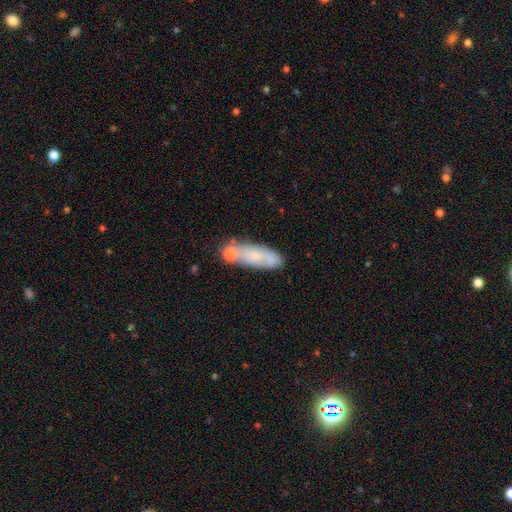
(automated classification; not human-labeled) The model was most divided on "how rounded": in between: 56%, cigar-shaped: 41%, round: 4%. More confident: smooth or featured — smooth (60%); merging — none (54%).